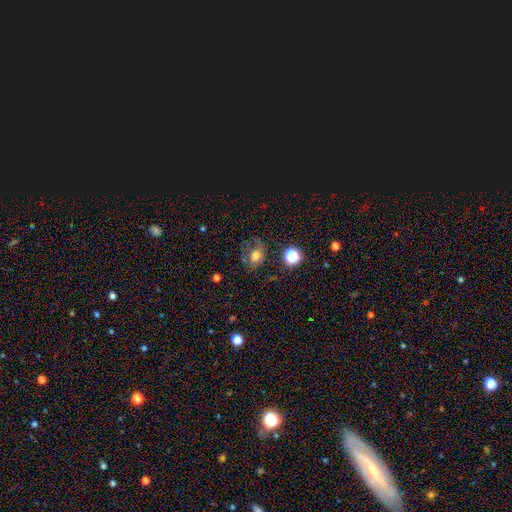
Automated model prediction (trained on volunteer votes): Overall: smooth (67%). How rounded: round (53%; in between 46%). Merging: none (53%; minor disturbance 25%).